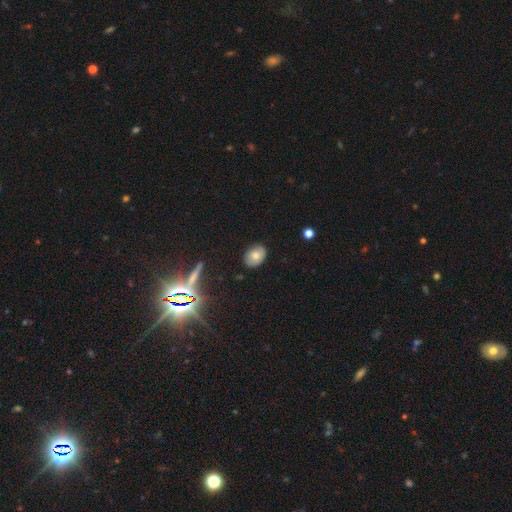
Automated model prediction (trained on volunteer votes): Smooth or featured? smooth (75%)
How rounded? in between (73%)
Merging? none (85%)